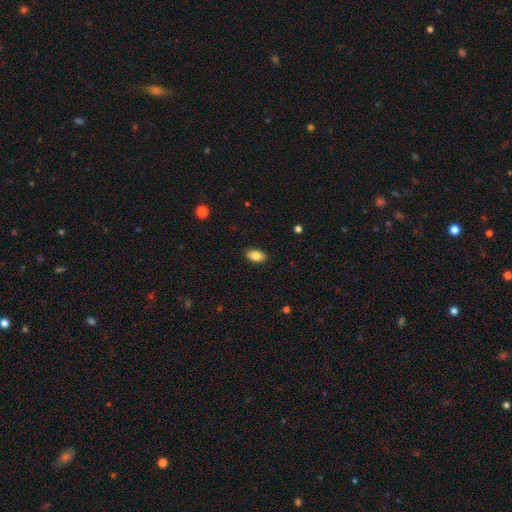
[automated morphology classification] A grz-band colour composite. It shows a smooth galaxy with no disk features (84%) that is in between round and cigar-shaped (92%). Merging: none (90%).